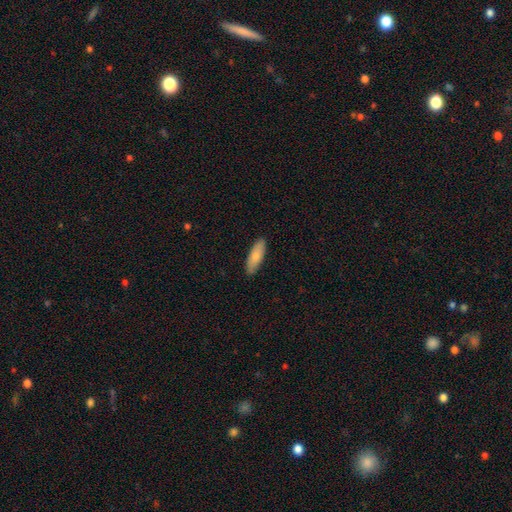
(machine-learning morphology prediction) This is clearly a smooth galaxy (81%). How rounded: possibly in between (55%). Merging: clearly none (88%).